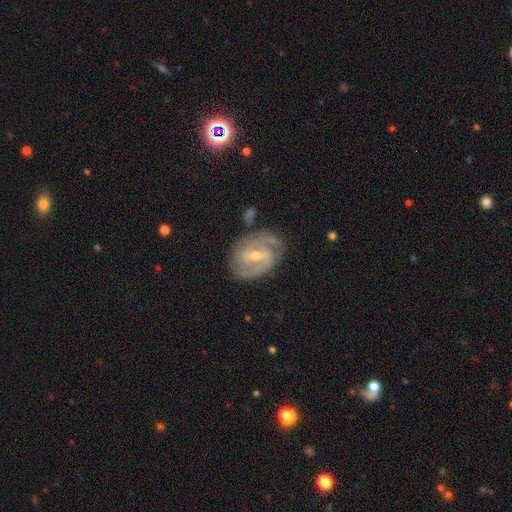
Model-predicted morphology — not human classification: This appears to be a featured or disk galaxy (87%) with a weak bar (45%), 2 (76%) medium (45%) spiral arms (95%) and a small central bulge (56%). Merging: none (76%).